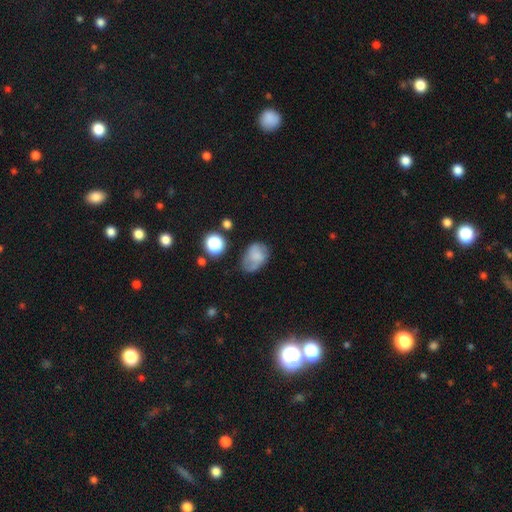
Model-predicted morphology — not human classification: type=smooth (63%); roundness=in between (73%); merging=none (46%).